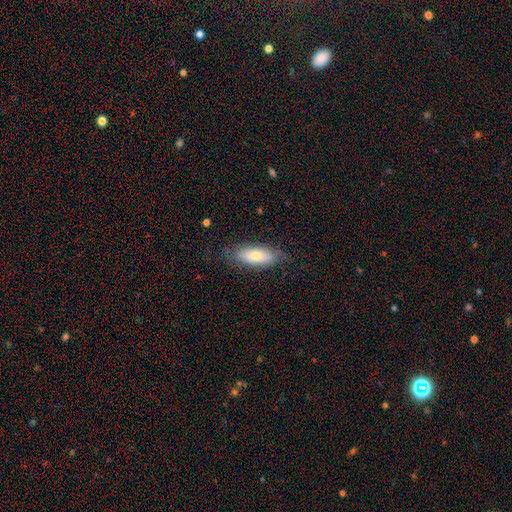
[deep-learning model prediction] smooth 70%, featured or disk 24%, star or artifact 6%. Down the decision tree: how rounded — in between (77%); merging — none (72%).